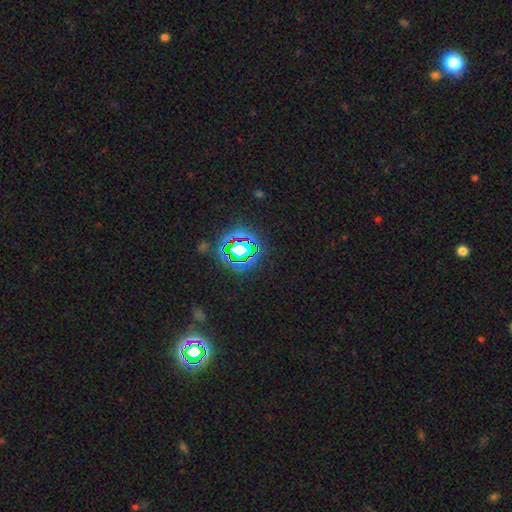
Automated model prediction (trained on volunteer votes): Overall: star or artifact (79%).